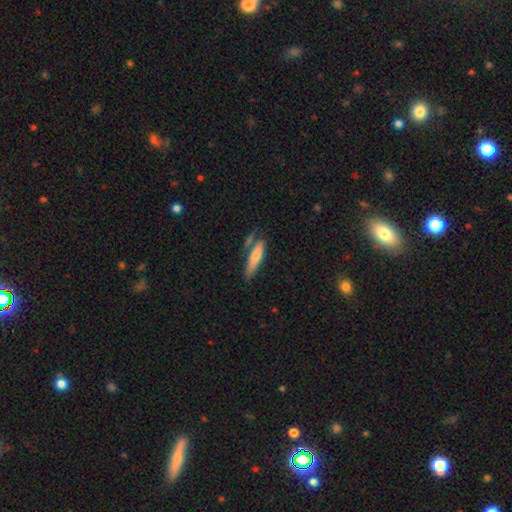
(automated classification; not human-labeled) This appears to be a smooth galaxy with no disk features (64%) that is cigar-shaped (80%). Merging: none (62%).